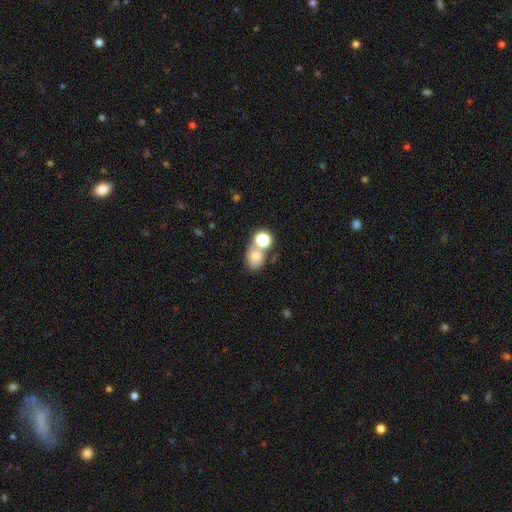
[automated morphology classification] Q: Smooth or featured?
A: smooth (74%); runner-up: star or artifact (14%)
Q: How rounded?
A: in between (53%); runner-up: round (46%)
Q: Merging?
A: merger (42%); runner-up: none (41%)